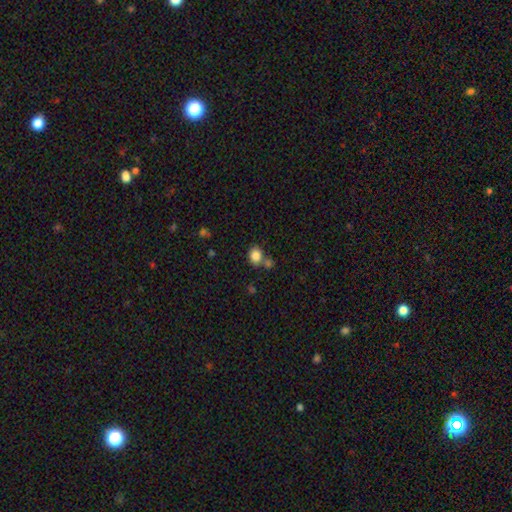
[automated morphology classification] Smooth or featured?
  - smooth: 85% *
  - star or artifact: 10%
  - featured or disk: 5%
How rounded?
  - round: 52% *
  - in between: 47%
  - cigar-shaped: 1%
Merging?
  - none: 62% *
  - merger: 21%
  - minor disturbance: 13%
  - major disturbance: 4%